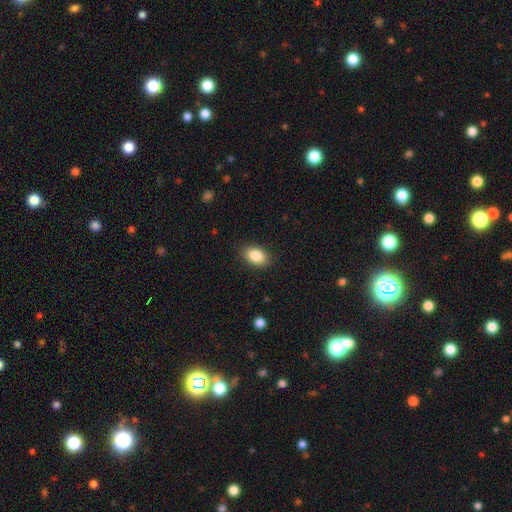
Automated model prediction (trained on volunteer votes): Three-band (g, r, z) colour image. It shows a smooth galaxy with no disk features (87%) that is in between round and cigar-shaped (87%). Merging: none (87%).